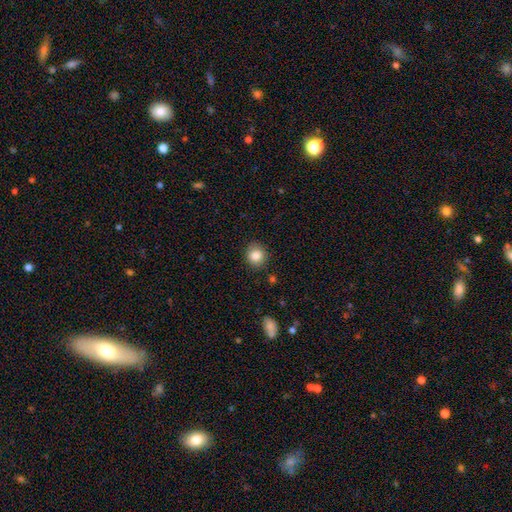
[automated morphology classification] type=smooth (85%); roundness=round (84%); merging=none (87%).